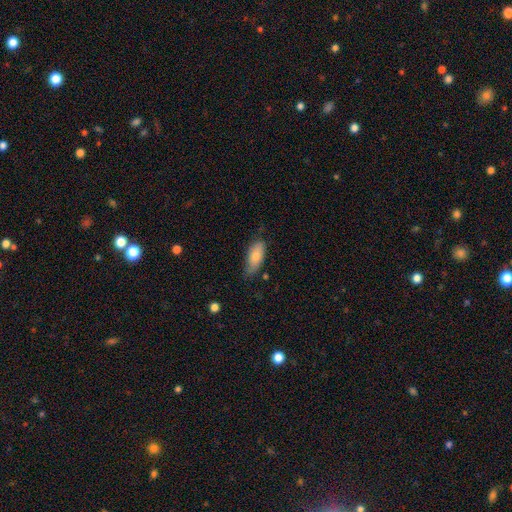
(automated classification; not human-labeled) Overall: smooth (77%). How rounded: in between (83%). Merging: none (67%; minor disturbance 27%).